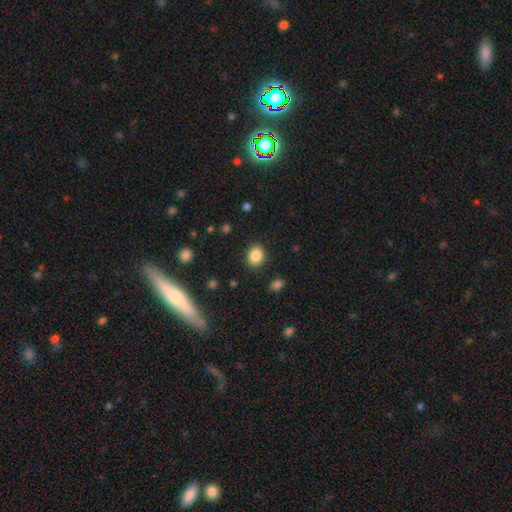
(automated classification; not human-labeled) Morphology: type=smooth (86%); roundness=round (56%); merging=none (88%).